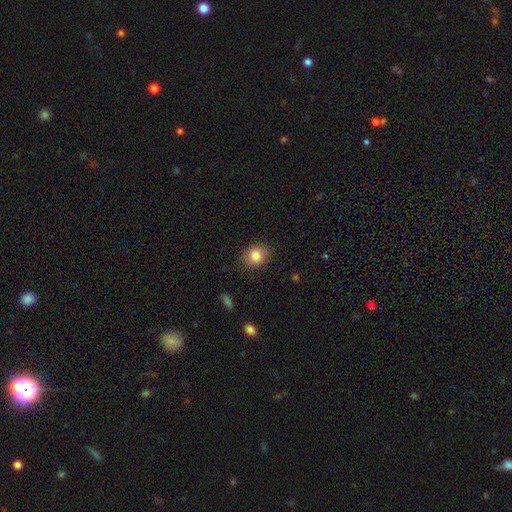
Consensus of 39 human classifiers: Morphology: type=smooth (90%); roundness=round (69%); merging=none (89%).